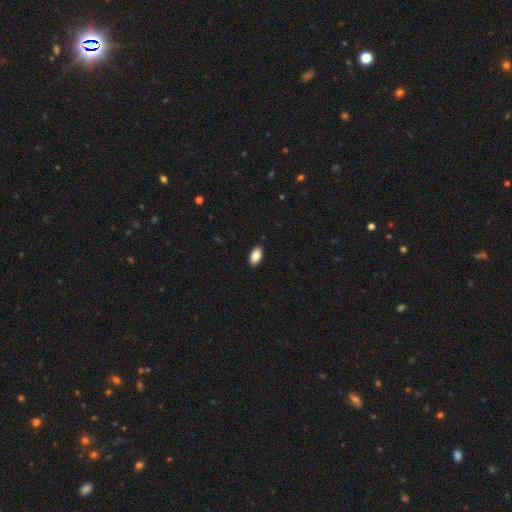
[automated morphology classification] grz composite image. It shows a smooth galaxy with no disk features (88%) that is in between round and cigar-shaped (94%). Merging: none (90%).